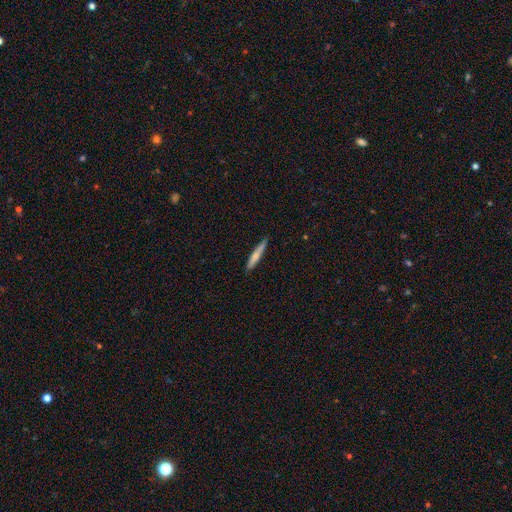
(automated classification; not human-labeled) Smooth or featured? smooth (69%)
How rounded? cigar-shaped (93%)
Merging? none (86%)